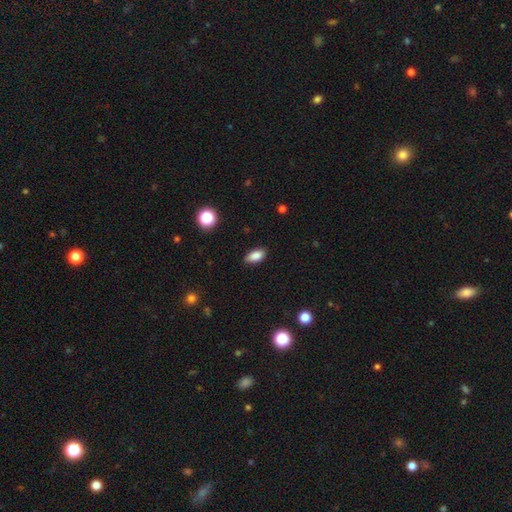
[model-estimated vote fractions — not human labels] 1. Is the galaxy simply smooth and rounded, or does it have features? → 86% smooth, 8% star or artifact, 5% featured or disk.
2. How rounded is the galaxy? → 90% in between, 6% cigar-shaped, 4% round.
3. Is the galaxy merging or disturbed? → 84% none, 13% minor disturbance, 2% major disturbance, 1% merger.